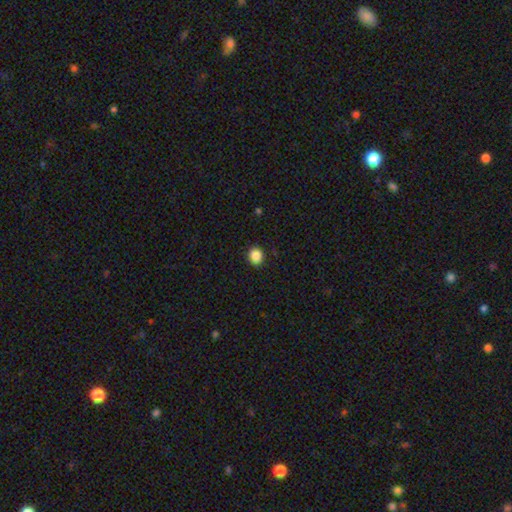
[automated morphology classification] Smooth or featured: smooth — 88% (star or artifact — 10%)
How rounded: round — 72% (in between — 27%)
Merging: none — 91% (minor disturbance — 6%)